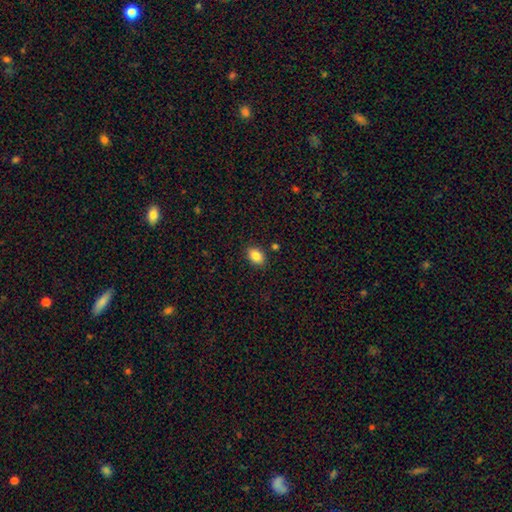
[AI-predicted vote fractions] Q: Smooth or featured?
A: smooth (84%); runner-up: star or artifact (9%)
Q: How rounded?
A: in between (73%); runner-up: round (26%)
Q: Merging?
A: none (87%); runner-up: minor disturbance (9%)